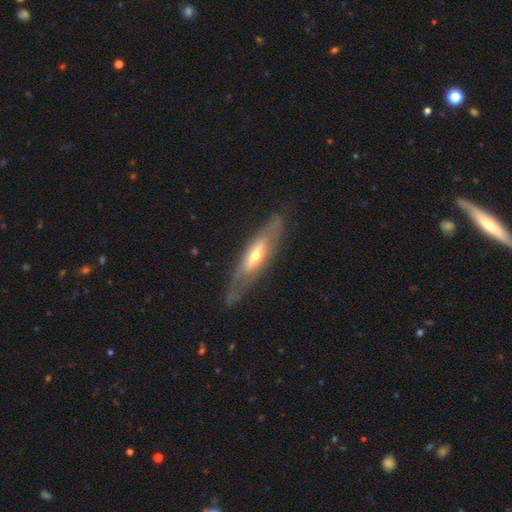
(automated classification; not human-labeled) Smooth or featured: featured or disk — 67% (smooth — 27%)
Edge-on disk: yes — 63% (no — 37%)
Merging: none — 72% (minor disturbance — 19%)